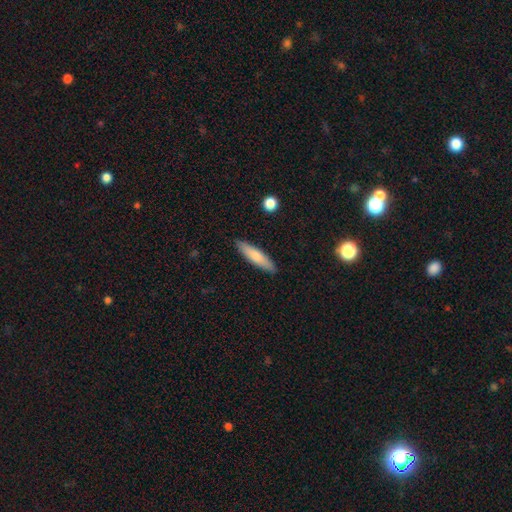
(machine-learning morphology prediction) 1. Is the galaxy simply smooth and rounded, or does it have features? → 73% smooth, 22% featured or disk, 6% star or artifact.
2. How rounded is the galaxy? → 76% cigar-shaped, 23% in between, 2% round.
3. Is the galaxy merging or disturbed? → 88% none, 9% minor disturbance, 2% major disturbance, 1% merger.